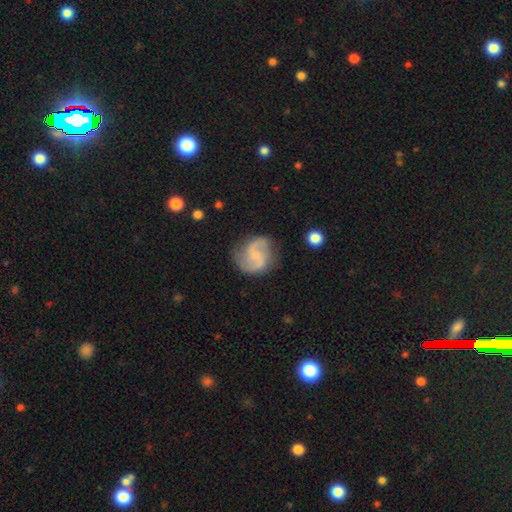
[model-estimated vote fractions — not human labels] featured or disk 81%, smooth 14%, star or artifact 6%. Down the decision tree: edge-on disk — no (98%); bar — weak (45%); spiral arms — yes (96%); spiral arm count — 2 (91%); spiral winding — medium (45%); bulge size — small (52%); merging — none (75%).